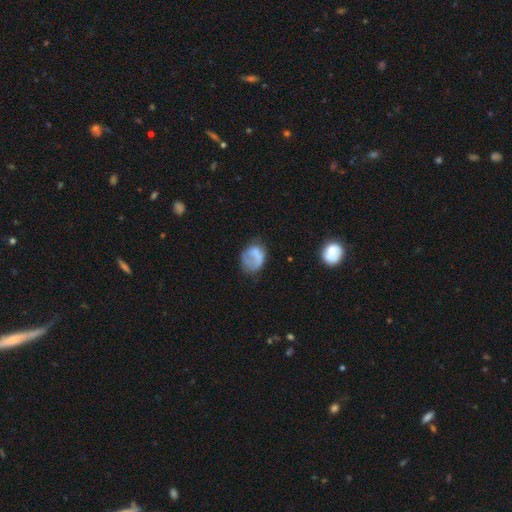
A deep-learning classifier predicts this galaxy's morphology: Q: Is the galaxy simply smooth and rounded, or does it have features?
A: smooth — 60%.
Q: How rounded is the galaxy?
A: in between — 59%.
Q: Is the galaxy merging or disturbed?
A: none — 35%.